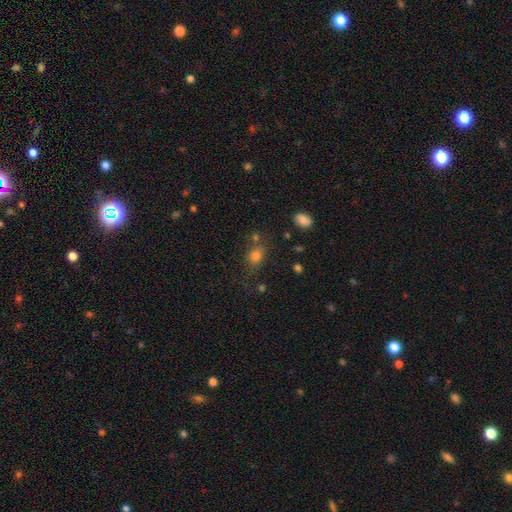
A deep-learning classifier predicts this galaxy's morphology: This is likely a smooth galaxy (78%). How rounded: possibly in between (59%). Merging: likely none (66%).